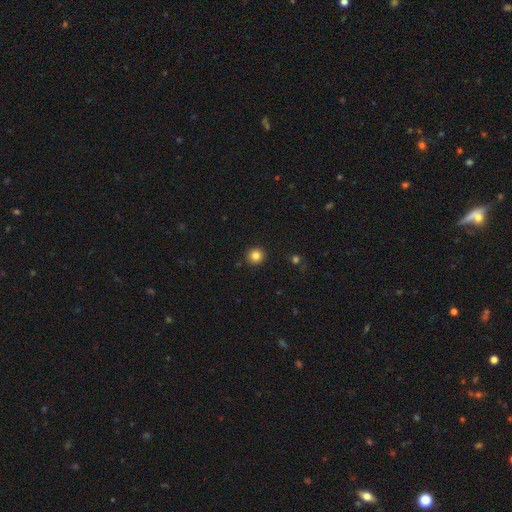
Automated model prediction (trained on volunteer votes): This appears to be a smooth galaxy with no disk features (83%) that is round (94%). Merging: none (92%).